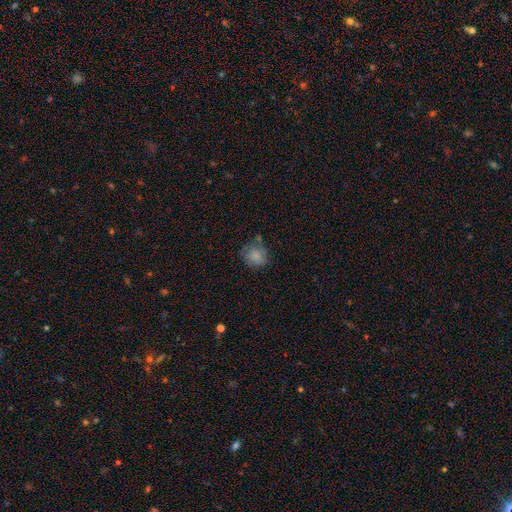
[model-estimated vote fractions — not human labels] A smooth galaxy with no disk features (77%) that is round (77%). Merging: none (58%).